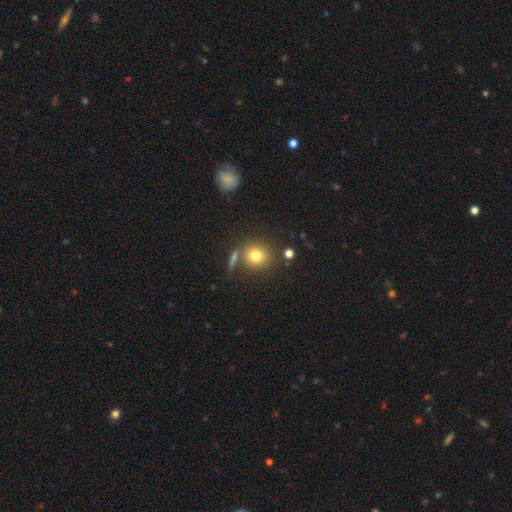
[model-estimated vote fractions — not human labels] Smooth or featured?
  - smooth: 77% *
  - star or artifact: 12%
  - featured or disk: 11%
How rounded?
  - round: 86% *
  - in between: 13%
  - cigar-shaped: 1%
Merging?
  - none: 74% *
  - merger: 12%
  - minor disturbance: 10%
  - major disturbance: 4%